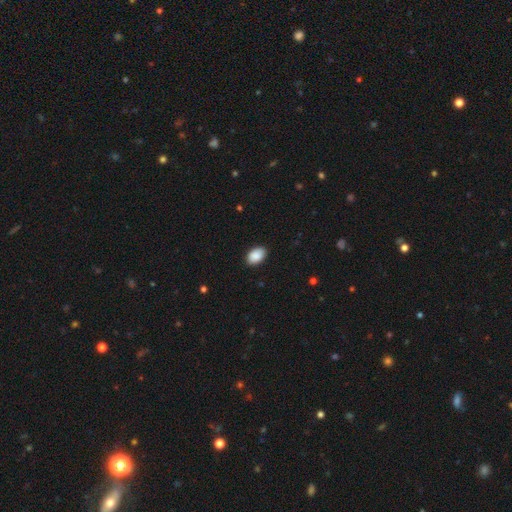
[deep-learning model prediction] Morphology: type=smooth (90%); roundness=in between (91%); merging=none (88%).